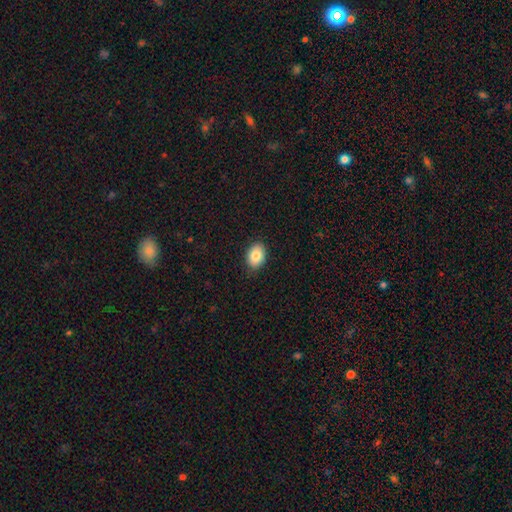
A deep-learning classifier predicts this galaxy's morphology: This is clearly a smooth galaxy (85%). How rounded: clearly in between (80%). Merging: clearly none (87%).